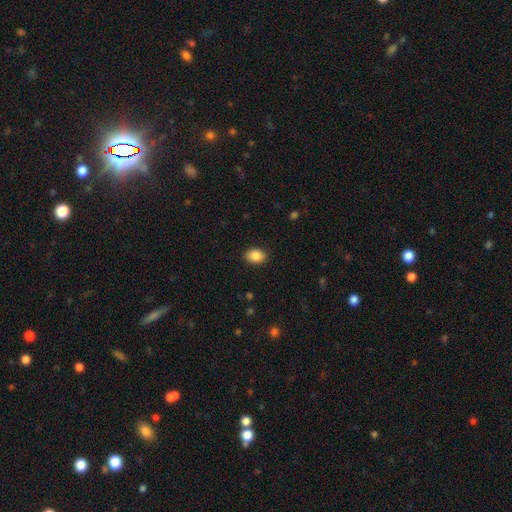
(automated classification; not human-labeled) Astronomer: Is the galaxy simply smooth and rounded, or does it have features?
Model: smooth — 88%.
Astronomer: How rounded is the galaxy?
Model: in between — 77%.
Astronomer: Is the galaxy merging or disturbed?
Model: none — 88%.